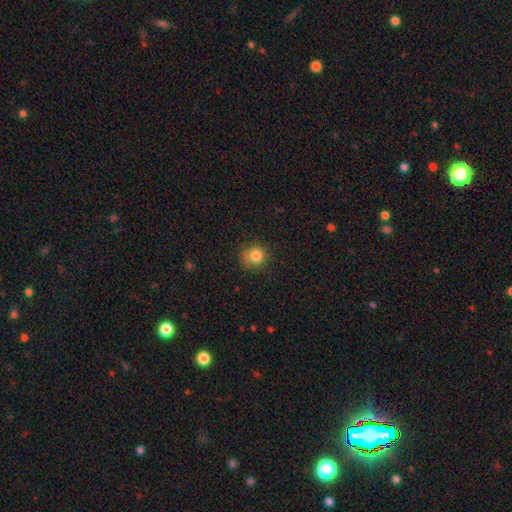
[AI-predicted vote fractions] Morphology: type=smooth (83%); roundness=round (90%); merging=none (77%).